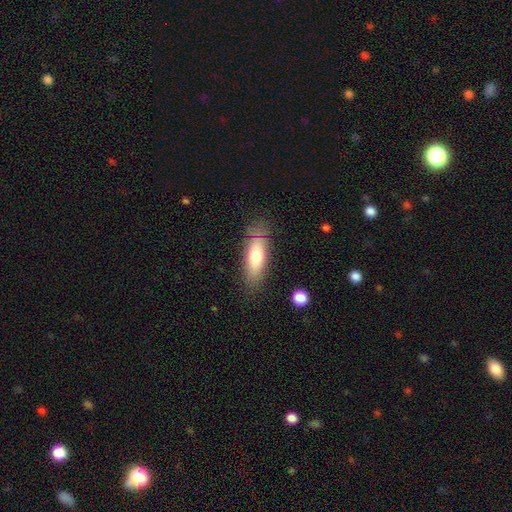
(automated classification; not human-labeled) smooth-or-featured: smooth: 60% | featured or disk: 31% | star or artifact: 9%
  how-rounded: in between: 56% | cigar-shaped: 41% | round: 2%
  merging: none: 80% | minor disturbance: 15% | major disturbance: 4% | merger: 2%